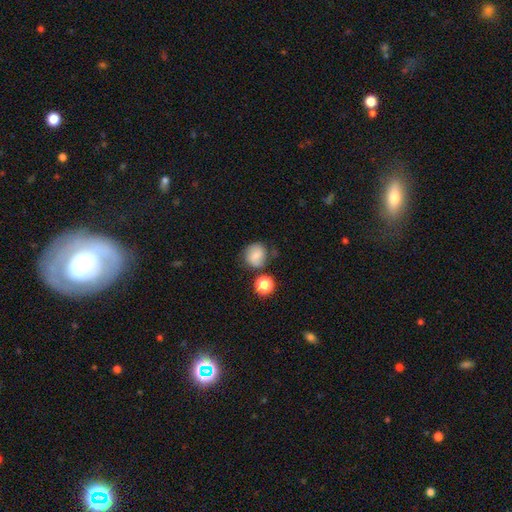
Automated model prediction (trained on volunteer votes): Smooth or featured? smooth (68%)
How rounded? round (83%)
Merging? none (66%)